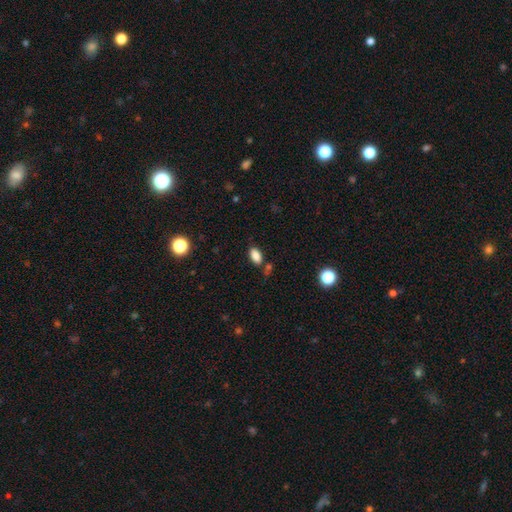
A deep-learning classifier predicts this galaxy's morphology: smooth-or-featured: smooth: 86% | star or artifact: 10% | featured or disk: 5%
  how-rounded: in between: 92% | round: 5% | cigar-shaped: 3%
  merging: none: 73% | minor disturbance: 15% | merger: 8% | major disturbance: 4%